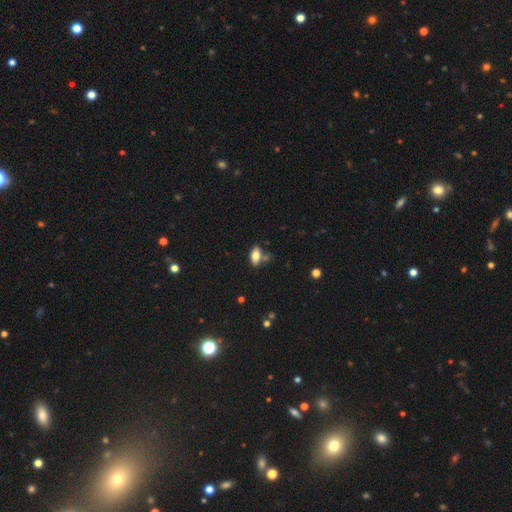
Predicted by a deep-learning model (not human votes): A smooth galaxy with no disk features (77%) that is in between round and cigar-shaped (88%).

Vote fractions:
- Smooth or featured? smooth: 77% / featured or disk: 15% / star or artifact: 8%
- How rounded? in between: 88% / cigar-shaped: 8% / round: 4%
- Merging? none: 66% / minor disturbance: 17% / merger: 12% / major disturbance: 5%